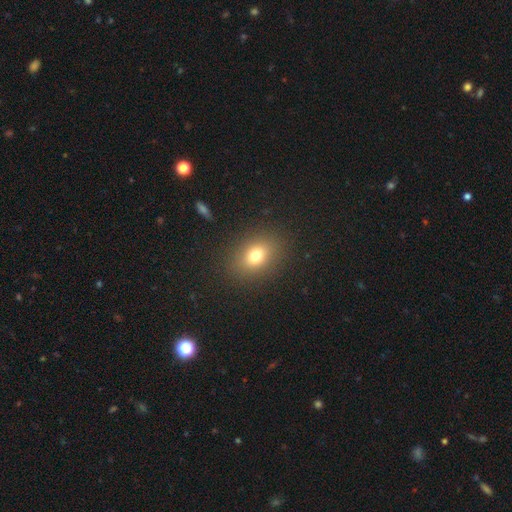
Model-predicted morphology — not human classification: type=smooth (74%); roundness=in between (60%); merging=none (88%).